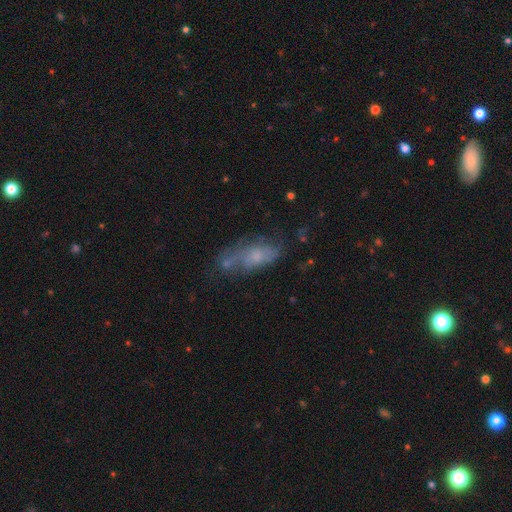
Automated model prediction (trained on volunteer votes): smooth 45%, featured or disk 44%, star or artifact 11%. Down the decision tree: merging — none (42%).